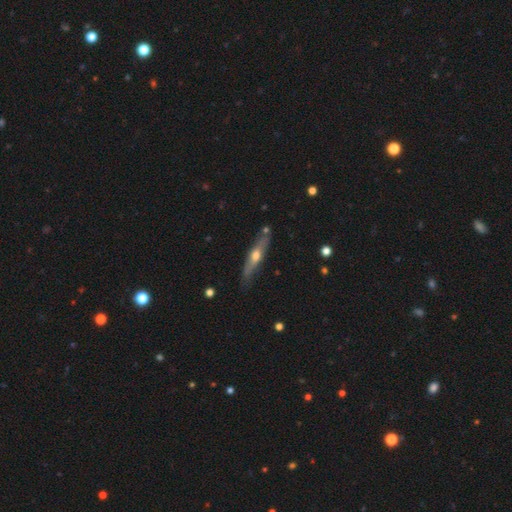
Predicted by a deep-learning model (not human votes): Smooth or featured? Predicted: featured or disk (p=0.60). Edge-on disk? Predicted: yes (p=0.87). Edge-on bulge? Predicted: rounded (p=0.89). Merging? Predicted: none (p=0.77).